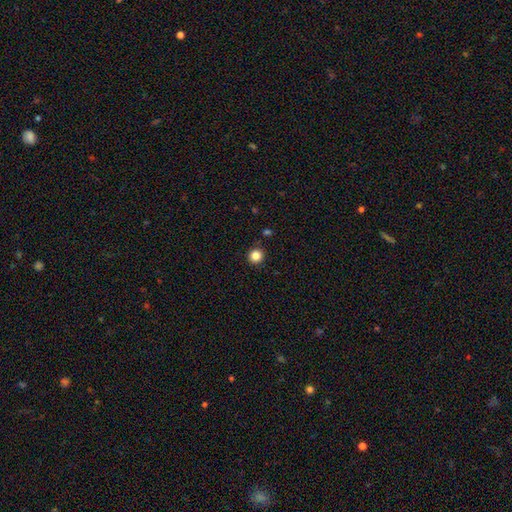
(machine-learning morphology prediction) This is clearly a smooth galaxy (85%). How rounded: clearly round (94%). Merging: clearly none (91%).